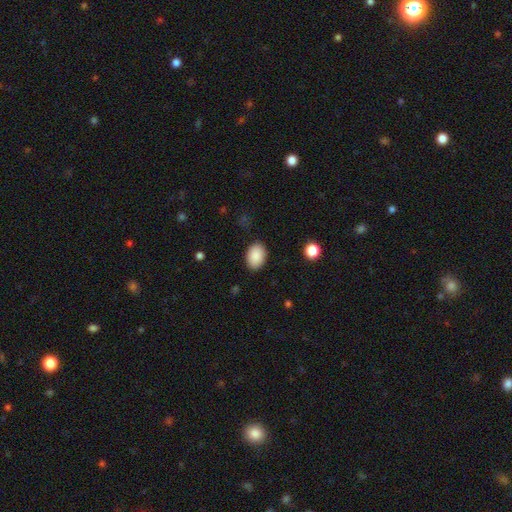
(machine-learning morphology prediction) Smooth or featured? Predicted: smooth (p=0.90). How rounded? Predicted: in between (p=0.82). Merging? Predicted: none (p=0.87).